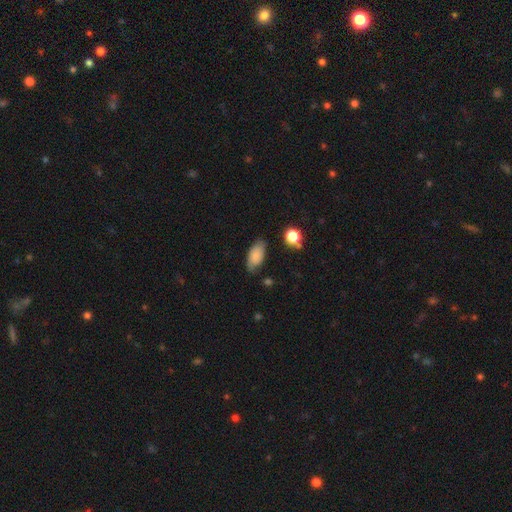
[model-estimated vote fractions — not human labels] Smooth or featured? smooth (74%)
How rounded? in between (92%)
Merging? none (69%)